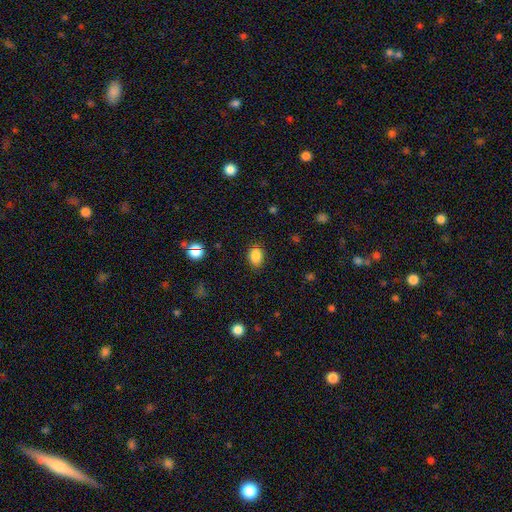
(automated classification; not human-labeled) The model was most divided on "how rounded": in between: 77%, round: 22%, cigar-shaped: 1%. More confident: smooth or featured — smooth (85%); merging — none (84%).